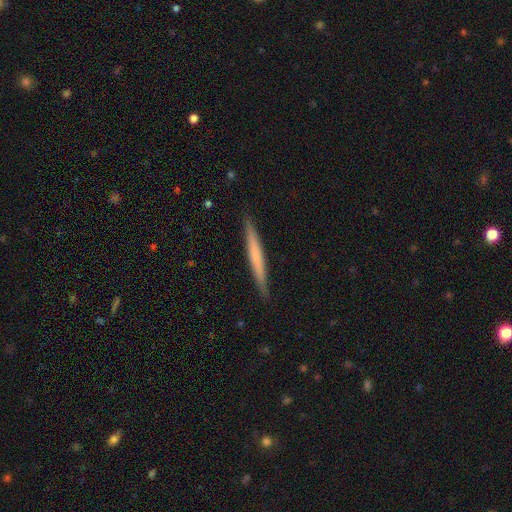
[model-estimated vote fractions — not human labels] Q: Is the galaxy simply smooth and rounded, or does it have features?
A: smooth — 56%.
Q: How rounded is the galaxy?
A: cigar-shaped — 97%.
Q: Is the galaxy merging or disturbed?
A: none — 91%.